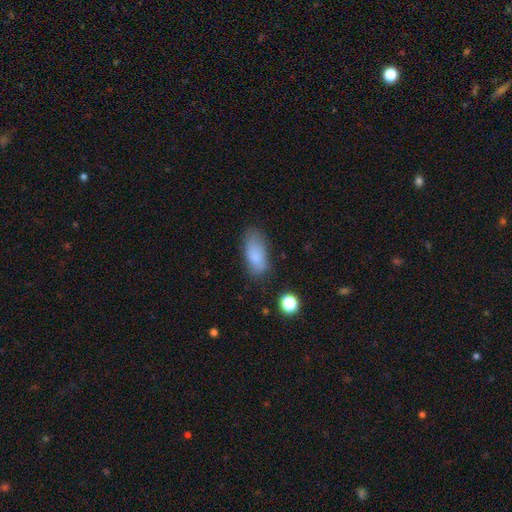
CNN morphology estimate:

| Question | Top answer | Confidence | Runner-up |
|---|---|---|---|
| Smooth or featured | smooth | 83% | featured or disk (9%) |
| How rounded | in between | 87% | cigar-shaped (9%) |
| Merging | none | 70% | minor disturbance (22%) |